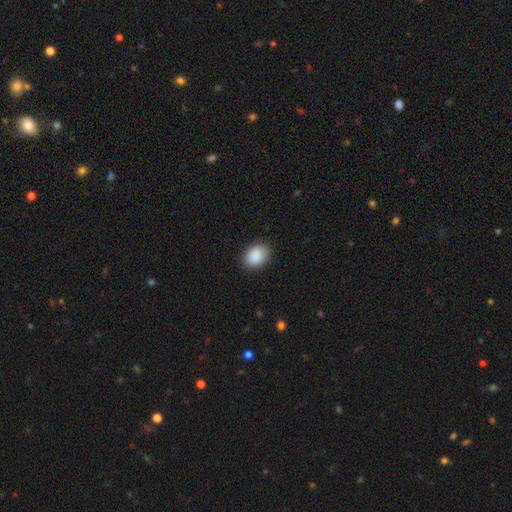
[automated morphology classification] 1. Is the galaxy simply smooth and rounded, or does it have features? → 90% smooth, 7% star or artifact, 3% featured or disk.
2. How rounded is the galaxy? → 69% in between, 30% round, 1% cigar-shaped.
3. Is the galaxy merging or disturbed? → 87% none, 10% minor disturbance, 2% major disturbance, 1% merger.